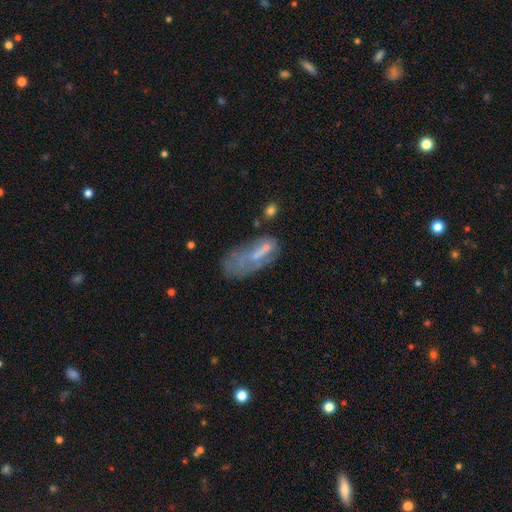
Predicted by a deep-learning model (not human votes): smooth 47%, featured or disk 42%, star or artifact 11%. Down the decision tree: merging — major disturbance (35%).